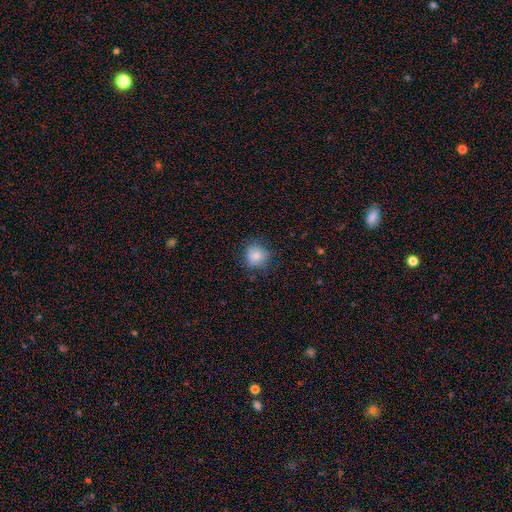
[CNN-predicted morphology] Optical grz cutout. It shows a smooth galaxy with no disk features (82%) that is round (85%). Merging: none (79%).